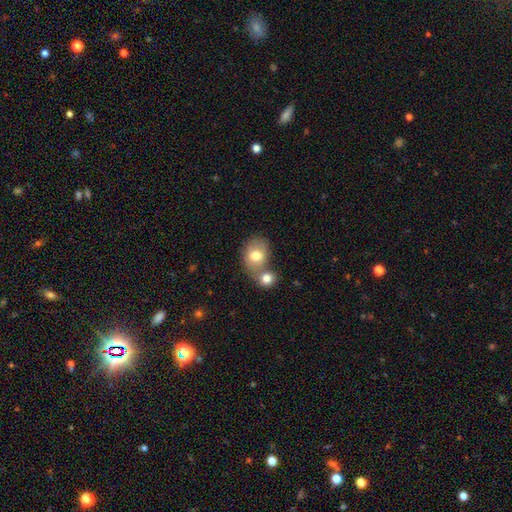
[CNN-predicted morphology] type=smooth (76%); roundness=round (50%); merging=merger (51%).